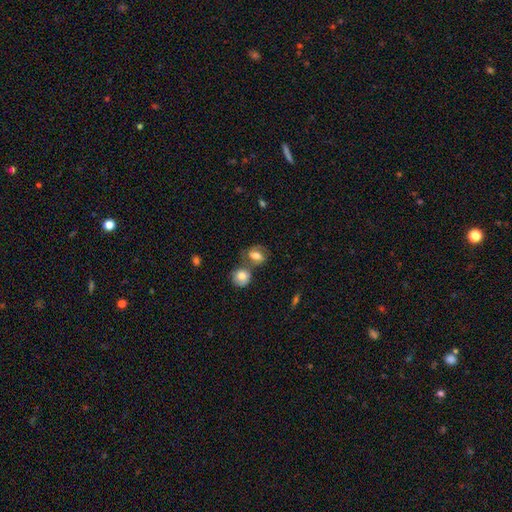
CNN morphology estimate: smooth-or-featured: smooth: 56% | featured or disk: 35% | star or artifact: 9%
  how-rounded: in between: 64% | round: 33% | cigar-shaped: 3%
  merging: none: 46% | merger: 32% | minor disturbance: 15% | major disturbance: 7%